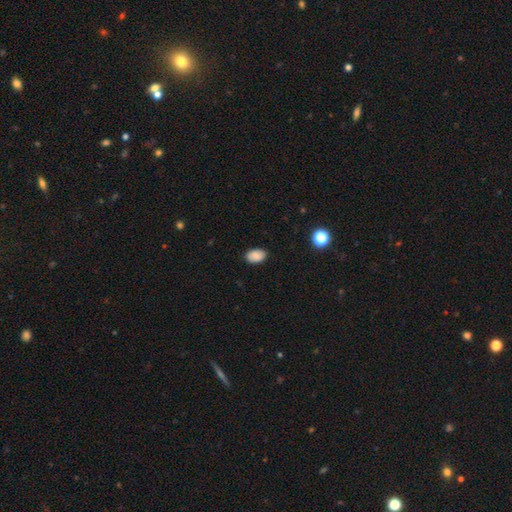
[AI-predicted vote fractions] Smooth or featured: smooth — 87% (star or artifact — 8%)
How rounded: in between — 88% (round — 11%)
Merging: none — 86% (minor disturbance — 11%)